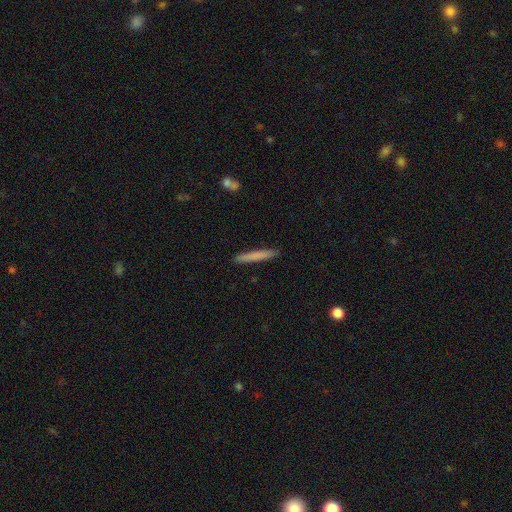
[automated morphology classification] smooth_or_featured: smooth (p=0.76) [alt: featured or disk p=0.18]
how_rounded: cigar-shaped (p=0.96) [alt: in between p=0.03]
merging: none (p=0.91) [alt: minor disturbance p=0.06]